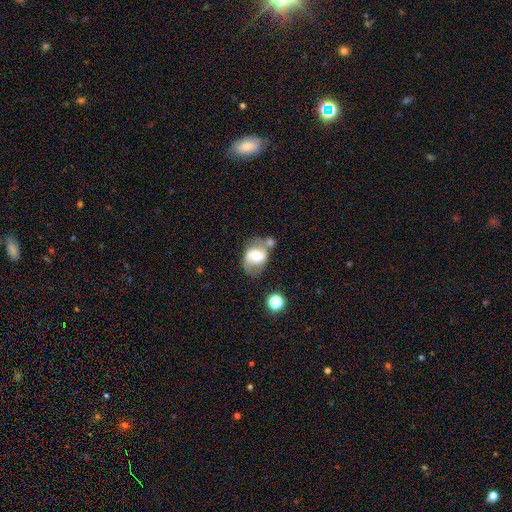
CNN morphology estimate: A featured or disk galaxy (54%) with a weak bar (40%), spiral arms (71%) and a moderate central bulge (55%).

Vote fractions:
- Smooth or featured? featured or disk: 54% / smooth: 37% / star or artifact: 9%
- Edge-on disk? no: 96% / yes: 4%
- Bar? weak: 40% / no: 34% / strong: 26%
- Spiral arms? yes: 71% / no: 29%
- Bulge size? moderate: 55% / small: 24% / large: 15% / none: 3% / dominant: 3%
- Merging? none: 47% / minor disturbance: 22% / merger: 20% / major disturbance: 12%